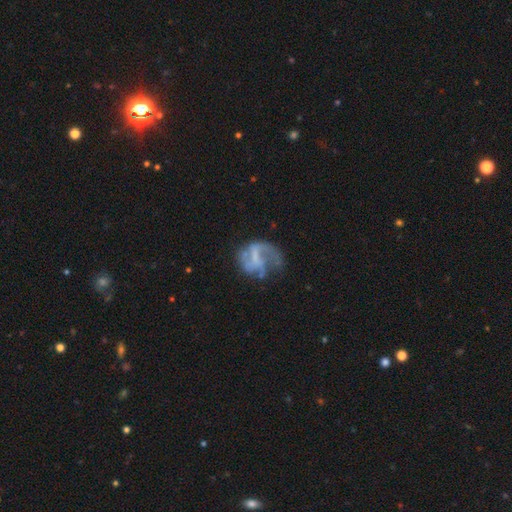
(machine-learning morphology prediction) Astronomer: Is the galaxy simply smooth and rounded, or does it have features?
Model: featured or disk — 66%.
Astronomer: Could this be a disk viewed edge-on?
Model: no — 98%.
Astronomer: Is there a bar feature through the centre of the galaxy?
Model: no — 43% (runner-up: weak, 41%).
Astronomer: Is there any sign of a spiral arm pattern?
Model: yes — 65%.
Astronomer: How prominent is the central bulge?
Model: none — 58%.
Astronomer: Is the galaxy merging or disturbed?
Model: none — 38% (runner-up: major disturbance, 37%).